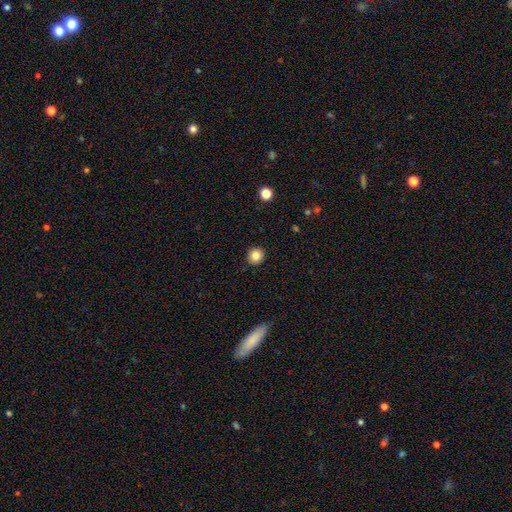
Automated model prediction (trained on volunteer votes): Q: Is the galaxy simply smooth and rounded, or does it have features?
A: smooth — 83%.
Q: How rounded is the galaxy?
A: round — 90%.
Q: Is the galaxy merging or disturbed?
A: none — 91%.